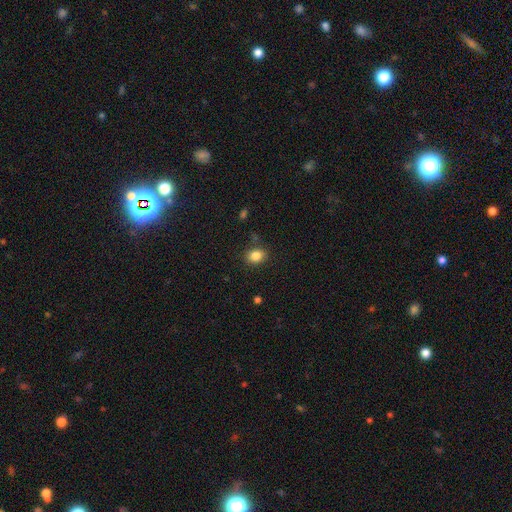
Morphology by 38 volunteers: This appears to be a smooth galaxy with no disk features (89%) that is round (56%). Merging: none (86%).